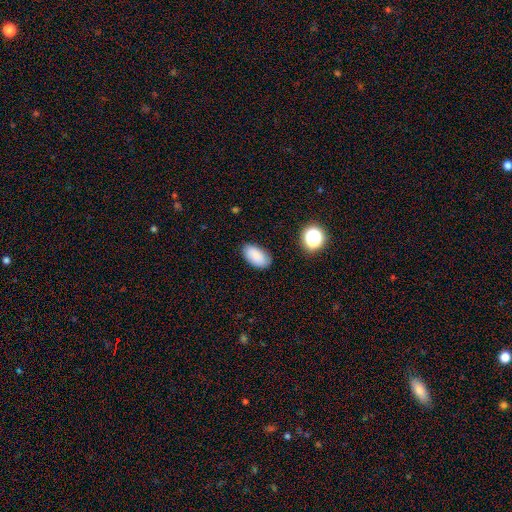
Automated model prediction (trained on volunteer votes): Smooth or featured? smooth (83%)
How rounded? in between (94%)
Merging? none (82%)